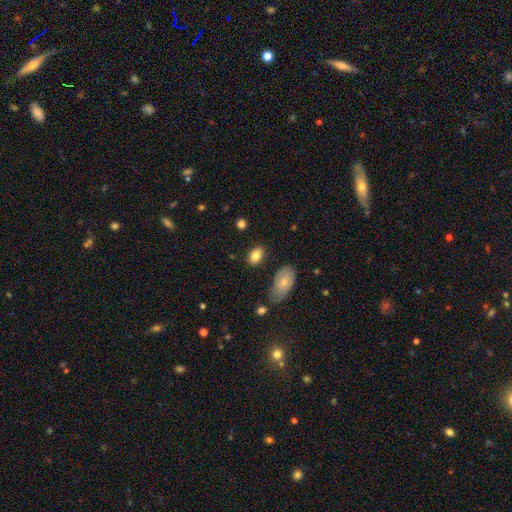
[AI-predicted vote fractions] This appears to be a smooth galaxy with no disk features (83%) that is in between round and cigar-shaped (84%). Merging: none (82%).